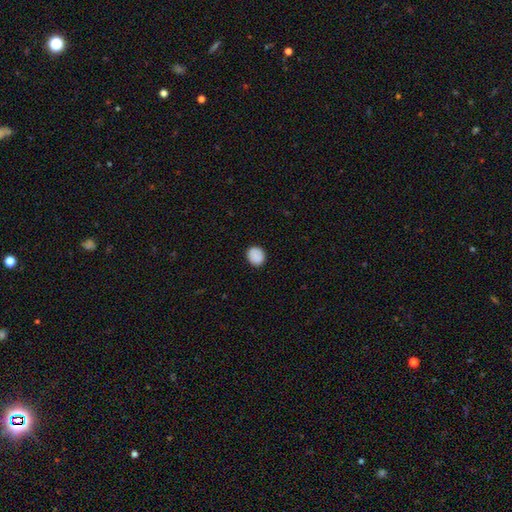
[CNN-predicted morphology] smooth_or_featured: smooth (p=0.87) [alt: star or artifact p=0.08]
how_rounded: round (p=0.70) [alt: in between p=0.29]
merging: none (p=0.88) [alt: minor disturbance p=0.09]